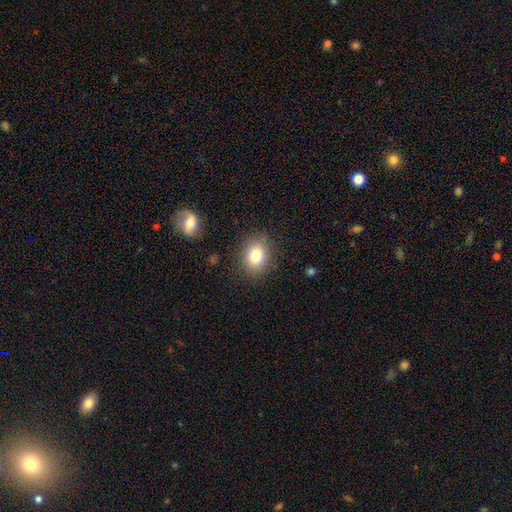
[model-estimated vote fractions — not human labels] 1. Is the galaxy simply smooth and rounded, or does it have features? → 81% smooth, 10% star or artifact, 9% featured or disk.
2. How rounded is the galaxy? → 50% round, 49% in between, 1% cigar-shaped.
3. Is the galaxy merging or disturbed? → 85% none, 10% minor disturbance, 3% major disturbance, 1% merger.